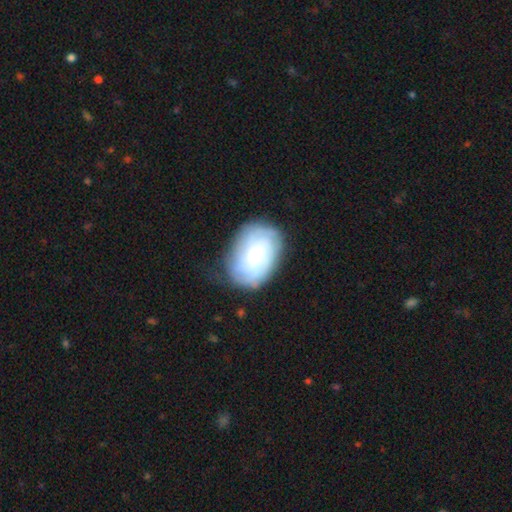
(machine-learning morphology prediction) A smooth galaxy with no disk features (47%).

Vote fractions:
- Smooth or featured? smooth: 47% / featured or disk: 46% / star or artifact: 7%
- Merging? none: 71% / minor disturbance: 20% / major disturbance: 7% / merger: 1%